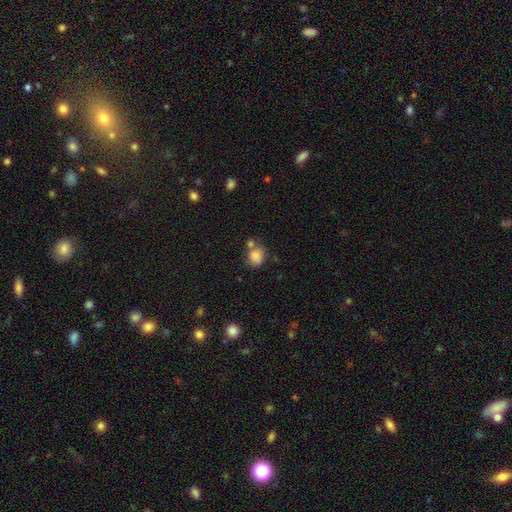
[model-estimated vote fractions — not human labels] Smooth or featured? smooth (82%)
How rounded? round (64%)
Merging? none (50%)